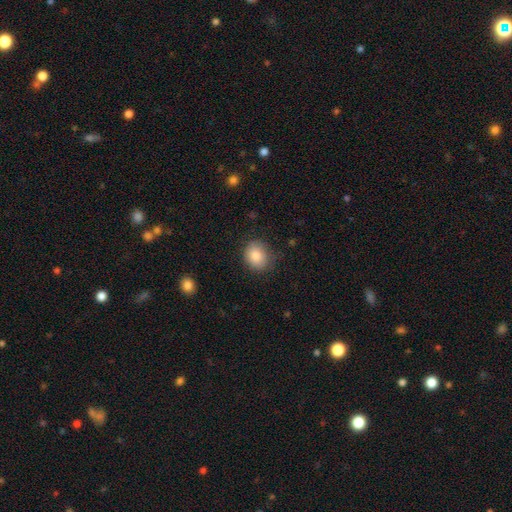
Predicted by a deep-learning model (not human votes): Overall: smooth (86%). How rounded: round (64%; in between 35%). Merging: none (79%).